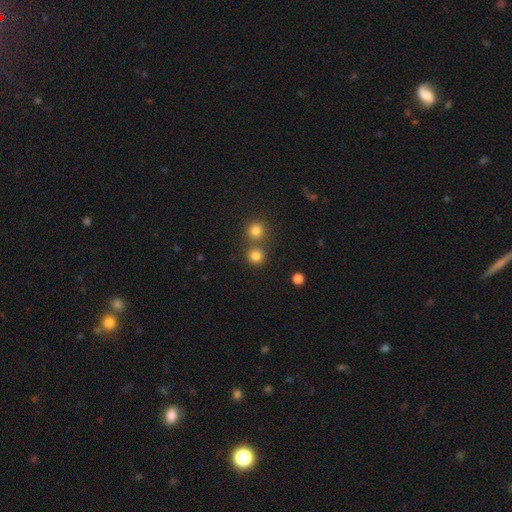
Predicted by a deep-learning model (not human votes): The model was most divided on "merging": none: 70%, merger: 22%, minor disturbance: 6%, major disturbance: 2%. More confident: how rounded — round (92%); smooth or featured — smooth (81%).